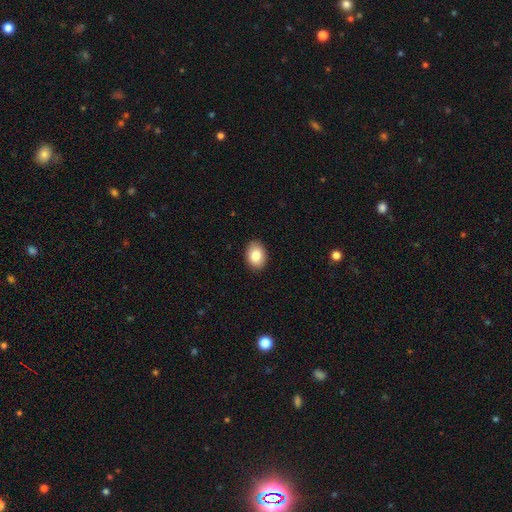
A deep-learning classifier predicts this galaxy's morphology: Overall: smooth (85%). How rounded: in between (79%). Merging: none (89%).